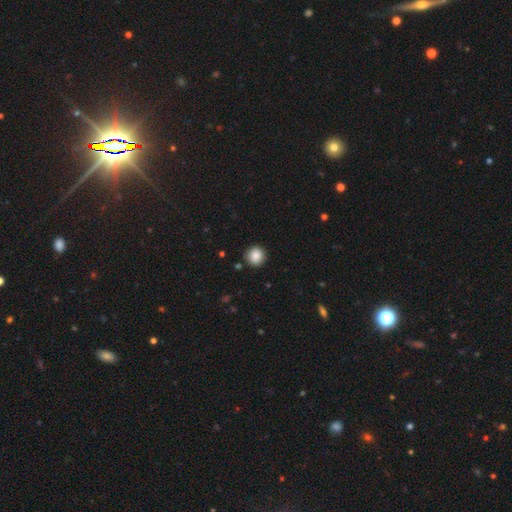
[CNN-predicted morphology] Smooth or featured? smooth (87%)
How rounded? round (92%)
Merging? none (89%)